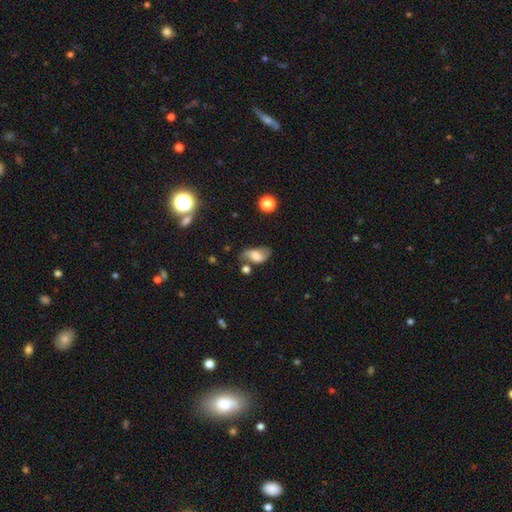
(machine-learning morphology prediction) Overall: smooth (51%; featured or disk 39%). How rounded: in between (88%). Merging: none (49%; minor disturbance 28%).